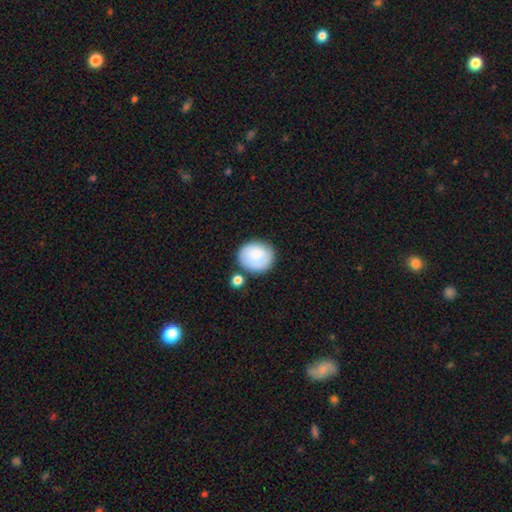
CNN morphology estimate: smooth-or-featured: smooth: 82% | featured or disk: 11% | star or artifact: 7%
  how-rounded: round: 77% | in between: 22% | cigar-shaped: 1%
  merging: none: 70% | minor disturbance: 15% | merger: 10% | major disturbance: 4%